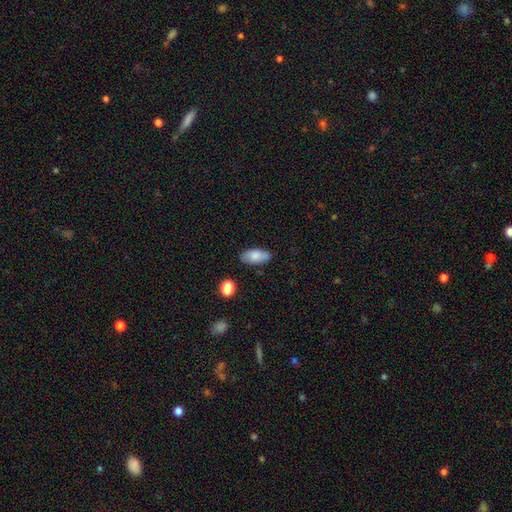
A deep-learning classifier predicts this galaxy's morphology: This appears to be a smooth galaxy with no disk features (83%) that is in between round and cigar-shaped (91%). Merging: none (80%).